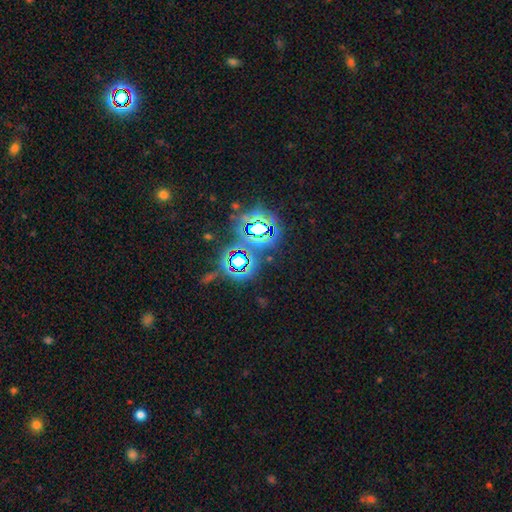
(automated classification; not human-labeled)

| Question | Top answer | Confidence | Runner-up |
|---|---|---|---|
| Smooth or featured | star or artifact | 62% | smooth (27%) |